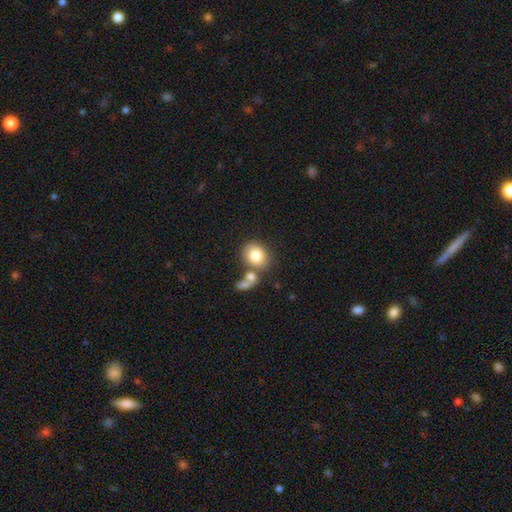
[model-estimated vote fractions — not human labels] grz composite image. It shows a smooth galaxy with no disk features (81%) that is round (62%). Merging: none (48%).